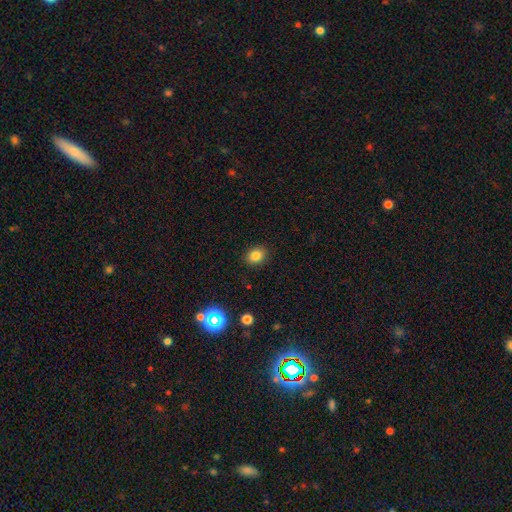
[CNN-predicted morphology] type=smooth (82%); roundness=round (53%); merging=none (89%).